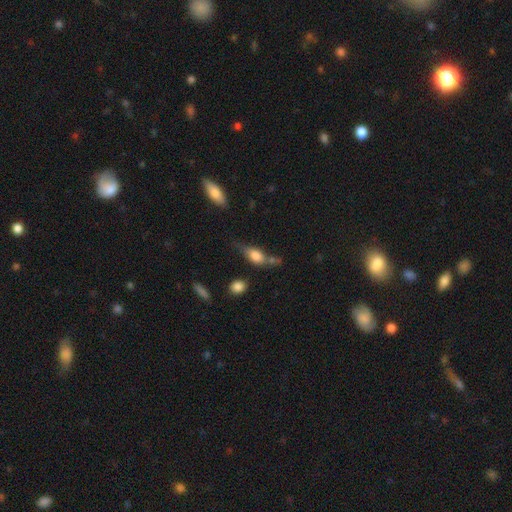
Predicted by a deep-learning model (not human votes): smooth 64%, featured or disk 27%, star or artifact 9%. Down the decision tree: how rounded — in between (75%); merging — none (42%).